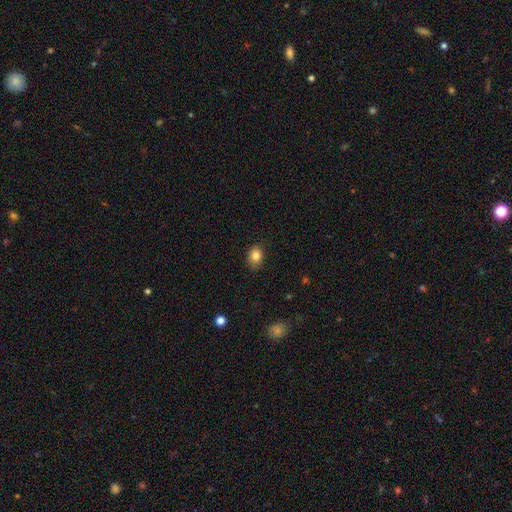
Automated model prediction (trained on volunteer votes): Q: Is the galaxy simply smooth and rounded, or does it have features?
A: smooth — 84%.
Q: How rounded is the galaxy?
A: in between — 57%.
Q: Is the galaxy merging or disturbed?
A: none — 80%.